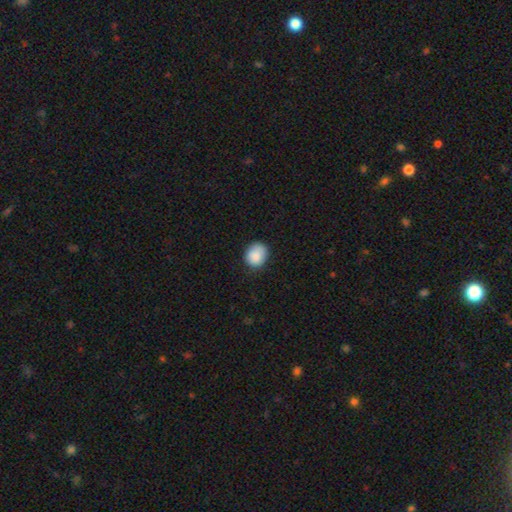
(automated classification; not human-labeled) This appears to be a smooth galaxy with no disk features (87%) that is round (66%). Merging: none (77%).